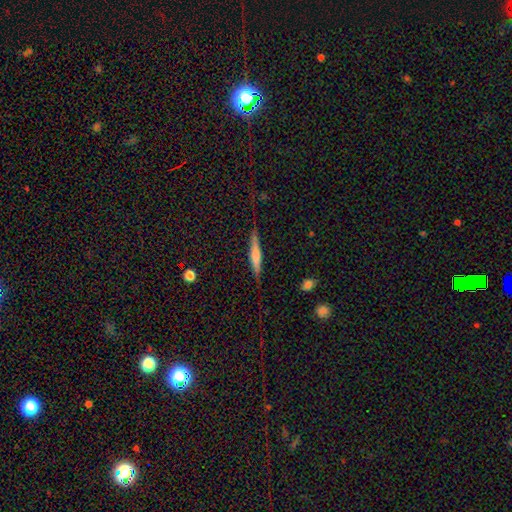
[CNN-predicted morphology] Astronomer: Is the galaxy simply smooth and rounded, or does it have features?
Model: featured or disk — 48% (runner-up: smooth, 45%).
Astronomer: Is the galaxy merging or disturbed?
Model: none — 84%.